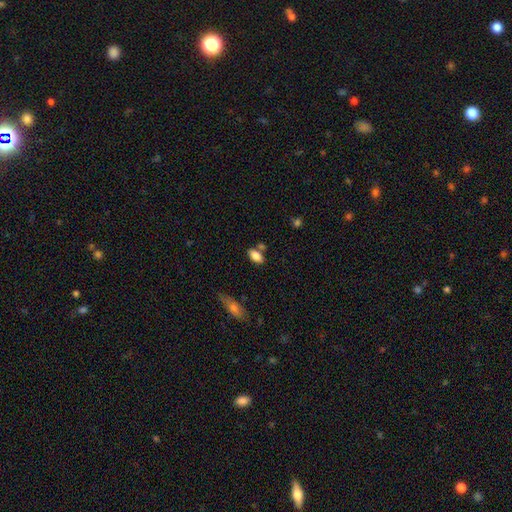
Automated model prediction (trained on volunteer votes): A smooth galaxy with no disk features (83%) that is in between round and cigar-shaped (90%).

Vote fractions:
- Smooth or featured? smooth: 83% / featured or disk: 9% / star or artifact: 8%
- How rounded? in between: 90% / cigar-shaped: 6% / round: 4%
- Merging? none: 66% / merger: 16% / minor disturbance: 14% / major disturbance: 4%